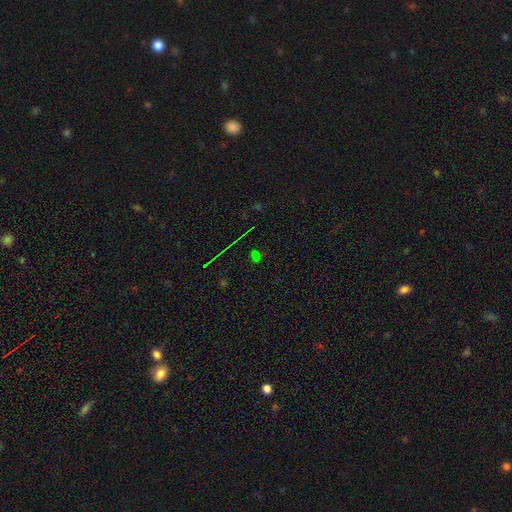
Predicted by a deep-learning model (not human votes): smooth_or_featured: star or artifact (p=0.65) [alt: smooth p=0.23]